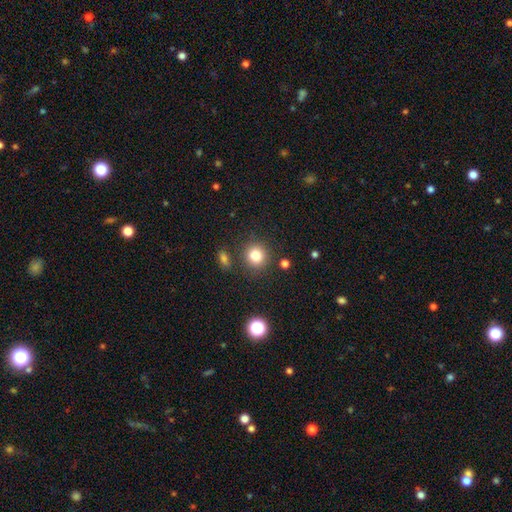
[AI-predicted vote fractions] This is clearly a smooth galaxy (82%). How rounded: clearly round (86%). Merging: clearly none (81%).